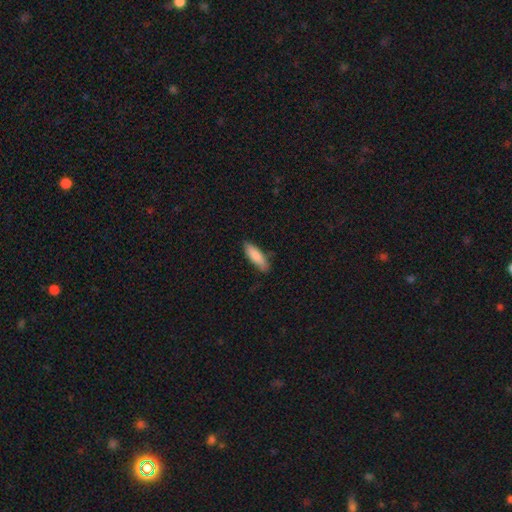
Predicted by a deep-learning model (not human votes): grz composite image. It shows a smooth galaxy with no disk features (87%) that is in between round and cigar-shaped (49%, tied with cigar-shaped). Merging: none (79%).